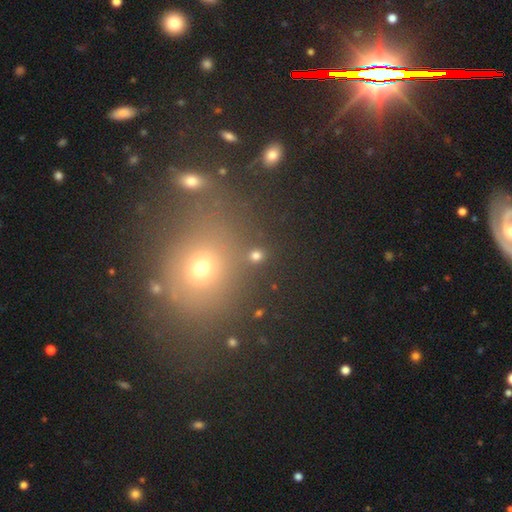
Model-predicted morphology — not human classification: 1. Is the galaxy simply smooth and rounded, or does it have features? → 70% smooth, 23% star or artifact, 7% featured or disk.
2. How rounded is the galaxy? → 74% round, 24% in between, 2% cigar-shaped.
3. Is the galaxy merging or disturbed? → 83% none, 7% minor disturbance, 7% merger, 4% major disturbance.